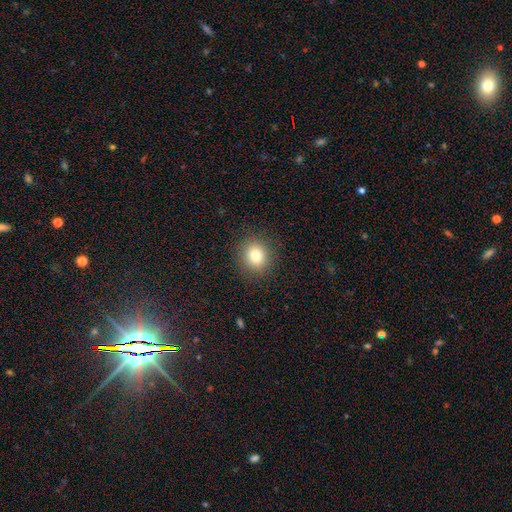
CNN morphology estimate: Smooth or featured?
  - smooth: 81% *
  - star or artifact: 12%
  - featured or disk: 8%
How rounded?
  - round: 82% *
  - in between: 17%
  - cigar-shaped: 1%
Merging?
  - none: 89% *
  - minor disturbance: 7%
  - major disturbance: 3%
  - merger: 1%